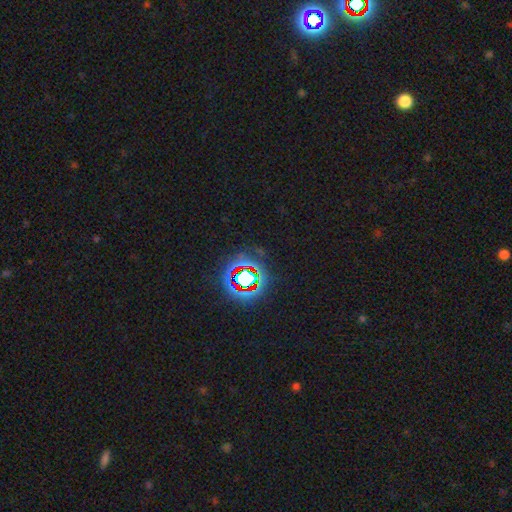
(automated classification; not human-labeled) A star or artifact, not a galaxy (80%).